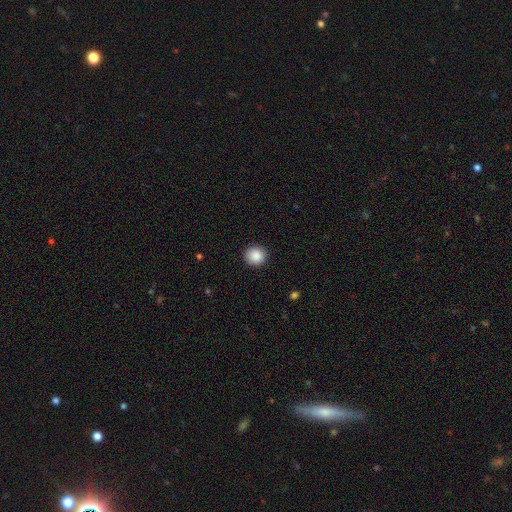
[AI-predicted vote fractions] Smooth or featured? Predicted: smooth (p=0.88). How rounded? Predicted: round (p=0.89). Merging? Predicted: none (p=0.90).